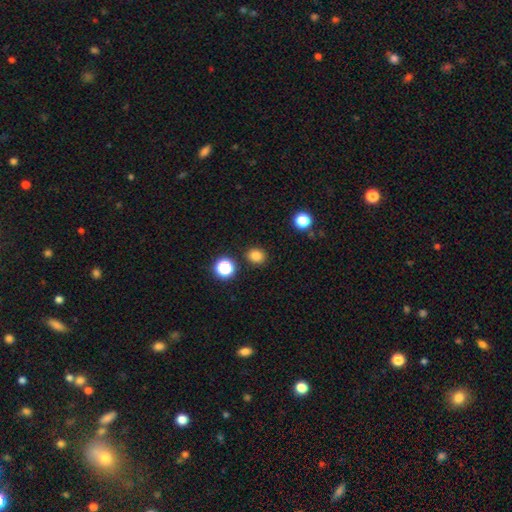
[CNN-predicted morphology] The model was most divided on "how rounded": round: 75%, in between: 24%, cigar-shaped: 1%. More confident: merging — none (88%); smooth or featured — smooth (82%).